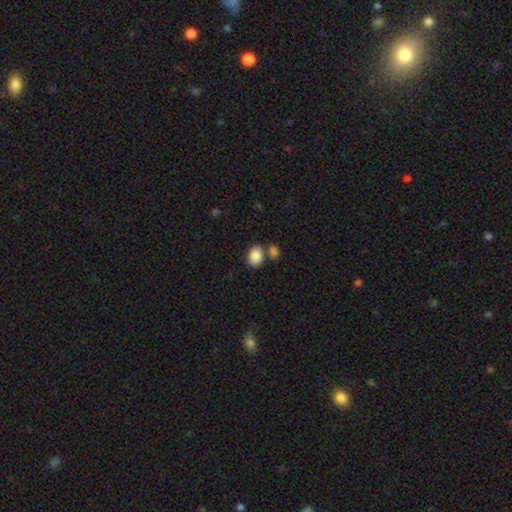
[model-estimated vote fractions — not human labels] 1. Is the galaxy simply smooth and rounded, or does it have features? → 87% smooth, 8% star or artifact, 5% featured or disk.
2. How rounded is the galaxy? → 66% in between, 33% round, 1% cigar-shaped.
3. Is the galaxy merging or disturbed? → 59% none, 25% merger, 12% minor disturbance, 4% major disturbance.